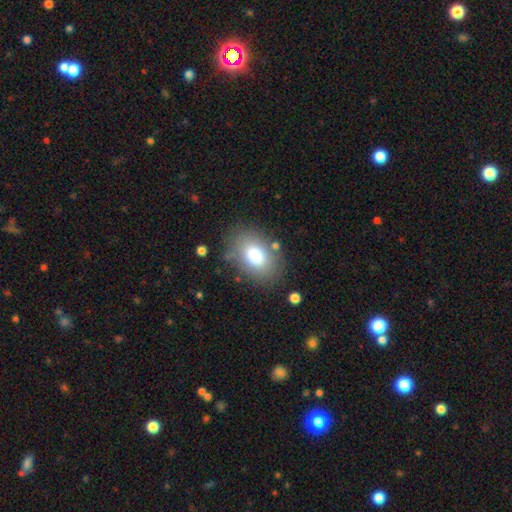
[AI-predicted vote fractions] Smooth or featured: smooth — 78% (featured or disk — 12%)
How rounded: in between — 79% (round — 19%)
Merging: none — 78% (minor disturbance — 13%)